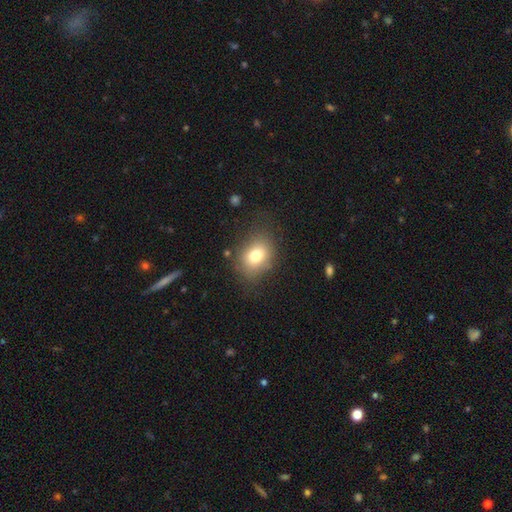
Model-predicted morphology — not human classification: Smooth or featured? Predicted: smooth (p=0.77). How rounded? Predicted: in between (p=0.58). Merging? Predicted: none (p=0.72).